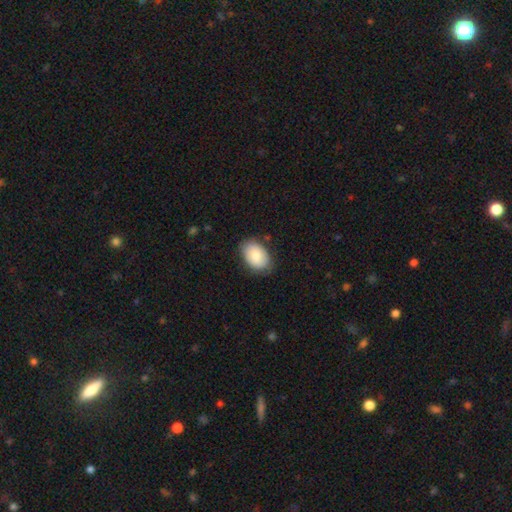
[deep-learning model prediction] Smooth or featured? smooth (82%)
How rounded? in between (88%)
Merging? none (78%)